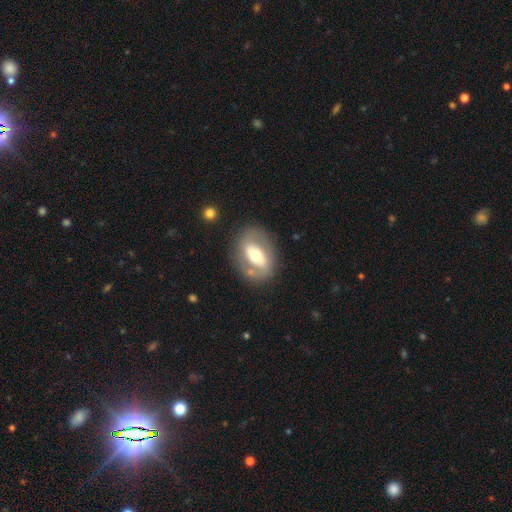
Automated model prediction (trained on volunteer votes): This appears to be a featured or disk galaxy (57%) with a strong bar (38%), no spiral arms (65%) and a moderate central bulge (66%). Merging: none (74%).